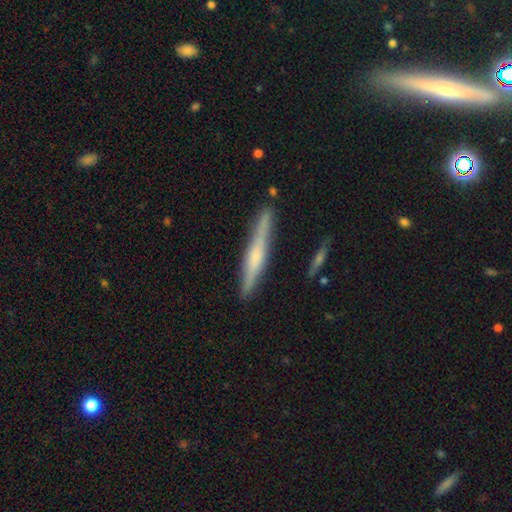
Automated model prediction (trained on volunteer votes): Q: Smooth or featured?
A: featured or disk (61%); runner-up: smooth (33%)
Q: Edge-on disk?
A: yes (97%); runner-up: no (3%)
Q: Edge-on bulge?
A: rounded (59%); runner-up: none (22%)
Q: Merging?
A: none (87%); runner-up: minor disturbance (9%)